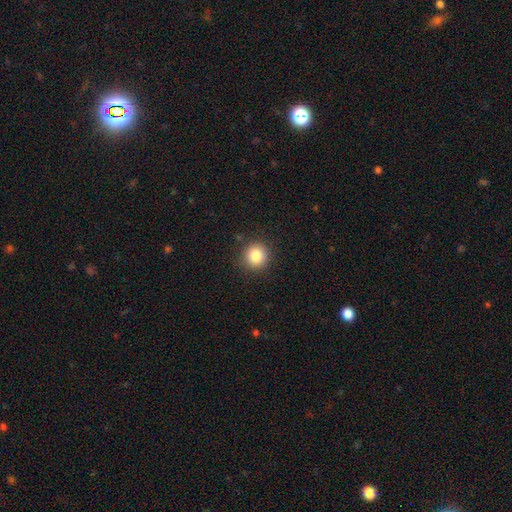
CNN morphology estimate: A smooth galaxy with no disk features (84%) that is round (93%).

Vote fractions:
- Smooth or featured? smooth: 84% / star or artifact: 10% / featured or disk: 6%
- How rounded? round: 93% / in between: 6% / cigar-shaped: 1%
- Merging? none: 90% / minor disturbance: 7% / major disturbance: 2% / merger: 1%